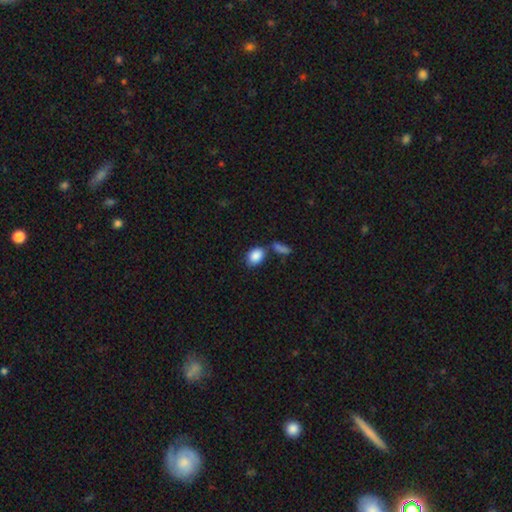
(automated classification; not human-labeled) This appears to be a smooth galaxy with no disk features (88%) that is in between round and cigar-shaped (80%). Merging: none (61%).